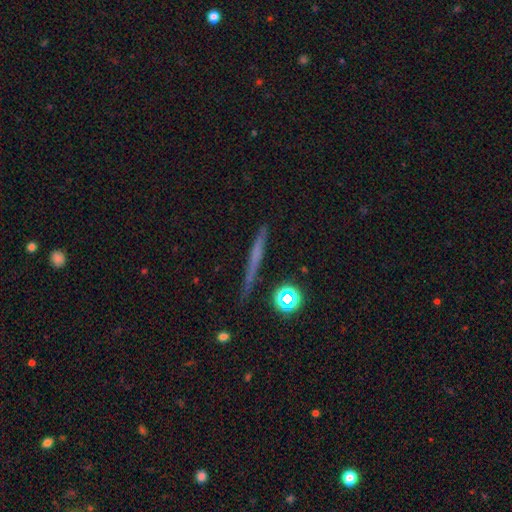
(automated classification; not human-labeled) This is possibly a smooth galaxy (46%). Merging: clearly none (85%).